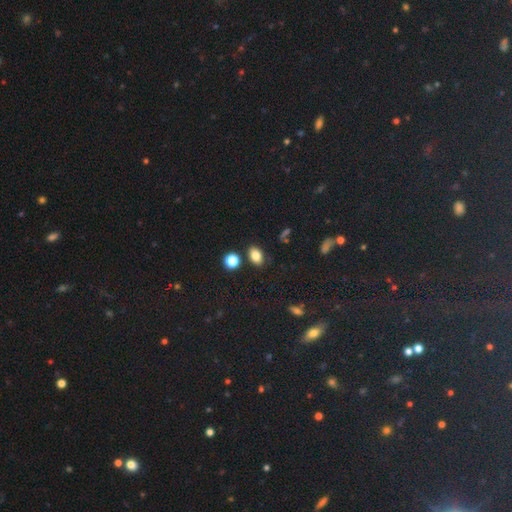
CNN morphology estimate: This appears to be a smooth galaxy with no disk features (82%) that is in between round and cigar-shaped (79%). Merging: none (80%).